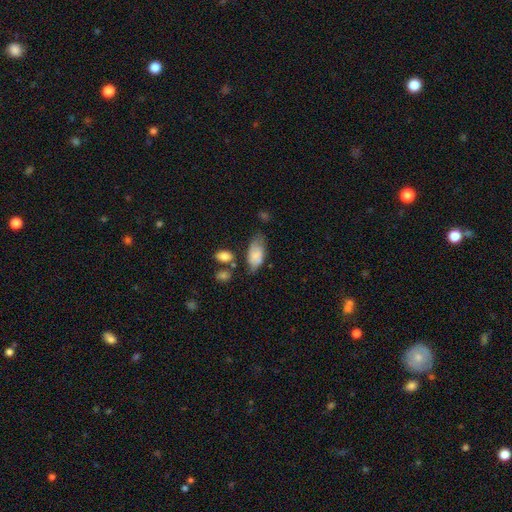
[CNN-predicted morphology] smooth-or-featured: smooth: 73% | featured or disk: 20% | star or artifact: 7%
  how-rounded: in between: 91% | cigar-shaped: 5% | round: 3%
  merging: none: 52% | minor disturbance: 30% | major disturbance: 11% | merger: 8%